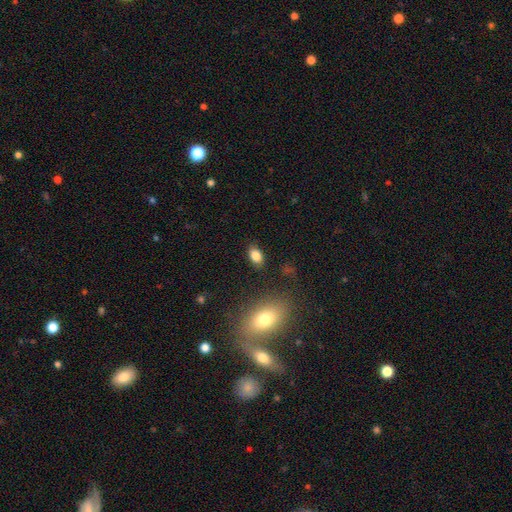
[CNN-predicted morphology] Smooth or featured: smooth — 84% (star or artifact — 9%)
How rounded: in between — 86% (round — 11%)
Merging: none — 85% (minor disturbance — 10%)